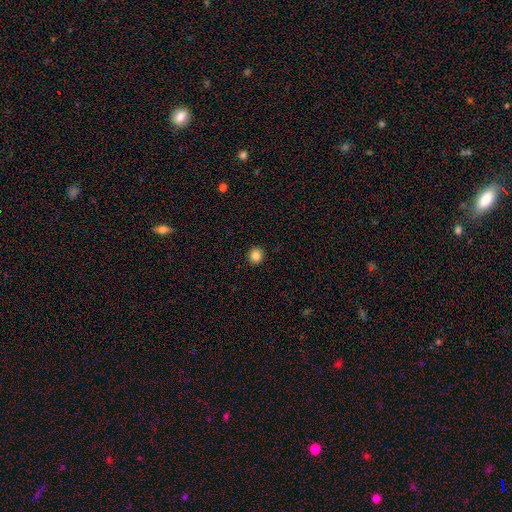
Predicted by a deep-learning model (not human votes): smooth-or-featured: smooth: 85% | star or artifact: 11% | featured or disk: 4%
  how-rounded: round: 90% | in between: 9% | cigar-shaped: 1%
  merging: none: 93% | minor disturbance: 5% | major disturbance: 2% | merger: 1%